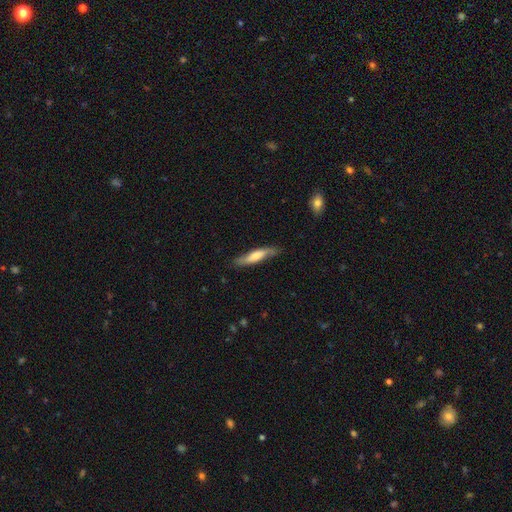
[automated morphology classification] smooth_or_featured: smooth (p=0.51) [alt: featured or disk p=0.43]
how_rounded: cigar-shaped (p=0.80) [alt: in between p=0.18]
merging: none (p=0.77) [alt: minor disturbance p=0.18]